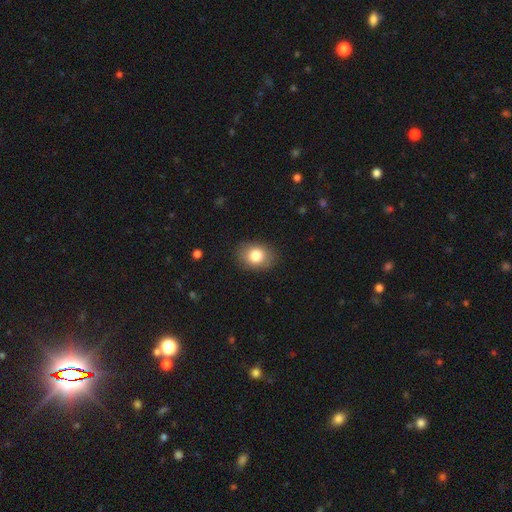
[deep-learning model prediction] A smooth galaxy with no disk features (82%) that is in between round and cigar-shaped (57%). Merging: none (85%).